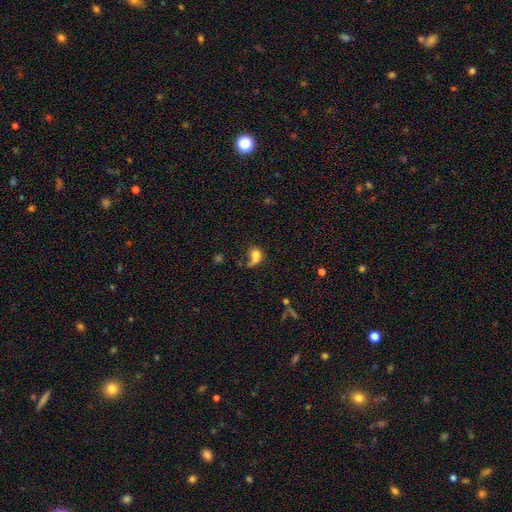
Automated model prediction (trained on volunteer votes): smooth-or-featured: smooth: 64% | featured or disk: 22% | star or artifact: 14%
  how-rounded: in between: 60% | round: 36% | cigar-shaped: 4%
  merging: major disturbance: 34% | none: 27% | merger: 22% | minor disturbance: 17%